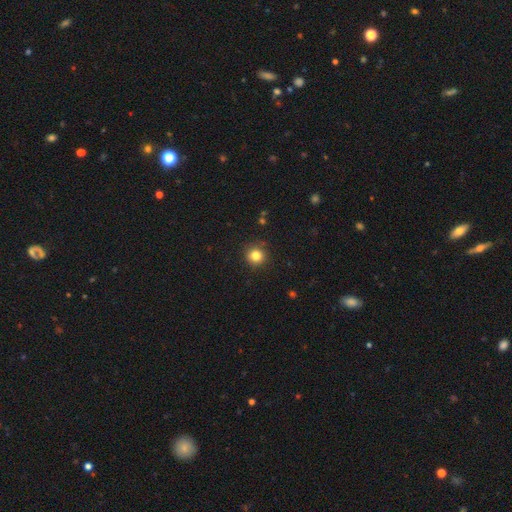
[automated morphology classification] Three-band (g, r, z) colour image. It shows a smooth galaxy with no disk features (82%) that is round (94%). Merging: none (90%).